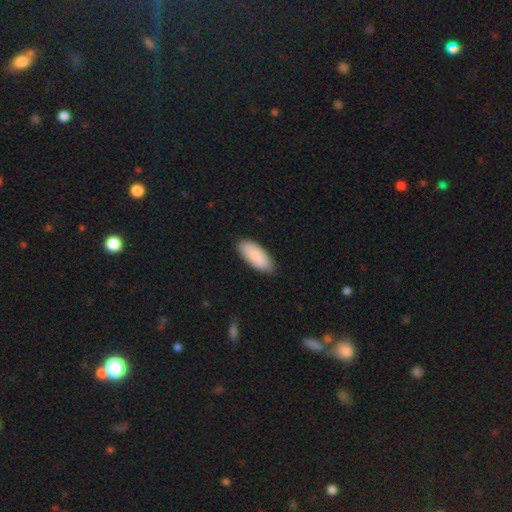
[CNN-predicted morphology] The model was most divided on "how rounded": in between: 85%, cigar-shaped: 13%, round: 1%. More confident: smooth or featured — smooth (90%); merging — none (86%).